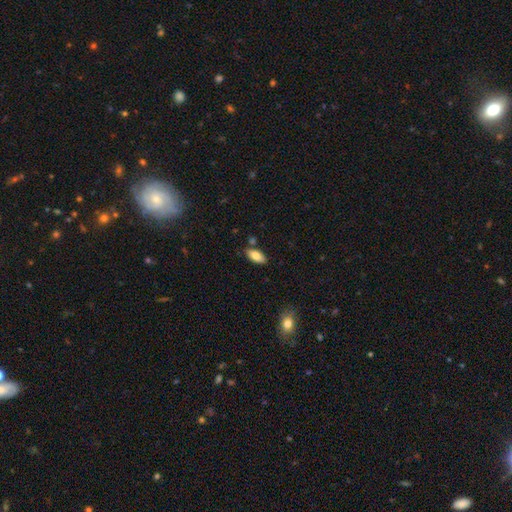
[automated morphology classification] This appears to be a smooth galaxy with no disk features (82%) that is in between round and cigar-shaped (89%). Merging: none (80%).